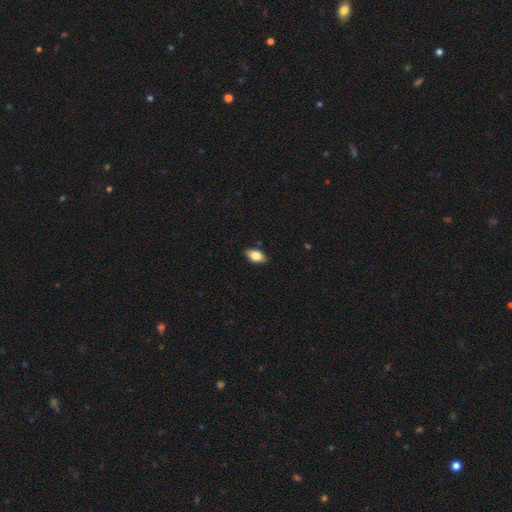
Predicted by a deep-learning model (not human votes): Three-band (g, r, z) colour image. It shows a smooth galaxy with no disk features (79%) that is in between round and cigar-shaped (90%). Merging: none (86%).